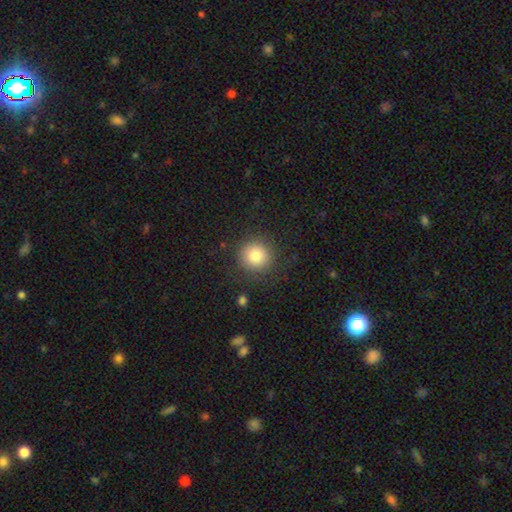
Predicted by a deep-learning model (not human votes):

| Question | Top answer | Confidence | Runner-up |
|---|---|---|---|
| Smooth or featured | smooth | 81% | star or artifact (11%) |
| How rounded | round | 94% | in between (5%) |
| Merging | none | 86% | minor disturbance (8%) |